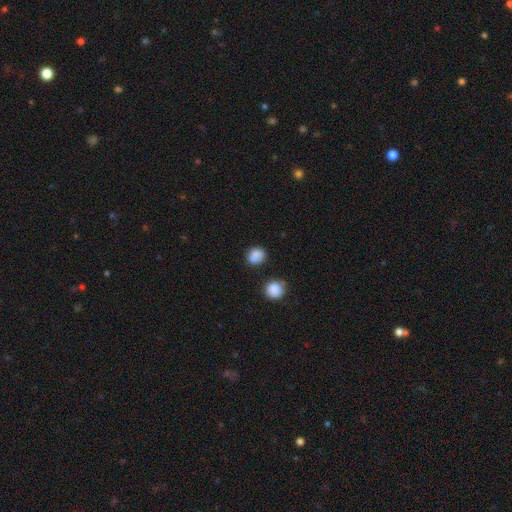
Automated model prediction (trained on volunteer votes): smooth 84%, star or artifact 11%, featured or disk 5%. Down the decision tree: how rounded — round (75%); merging — none (73%).